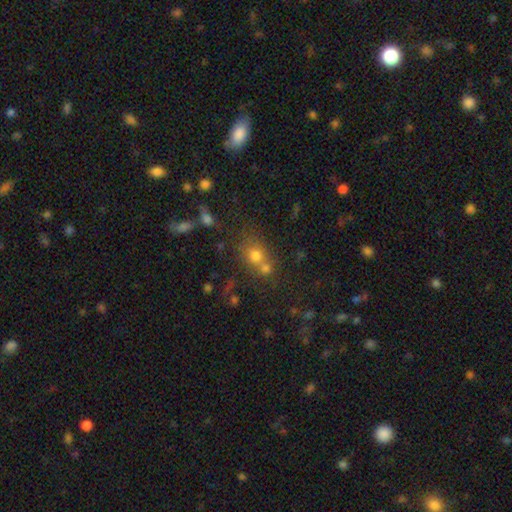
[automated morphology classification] type=smooth (69%); roundness=round (76%); merging=none (44%).